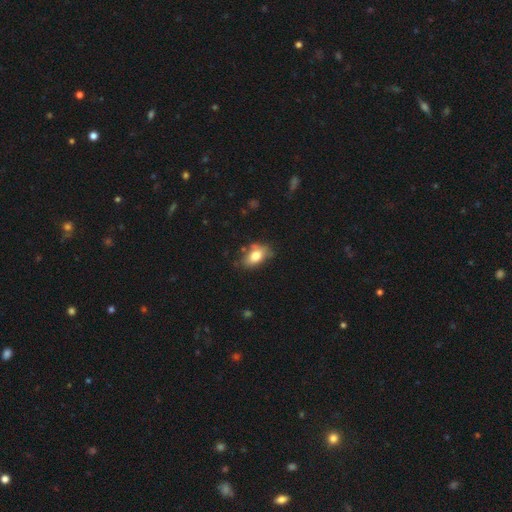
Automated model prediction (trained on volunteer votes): Q: Smooth or featured?
A: smooth (76%); runner-up: featured or disk (16%)
Q: How rounded?
A: in between (86%); runner-up: round (12%)
Q: Merging?
A: none (58%); runner-up: minor disturbance (28%)